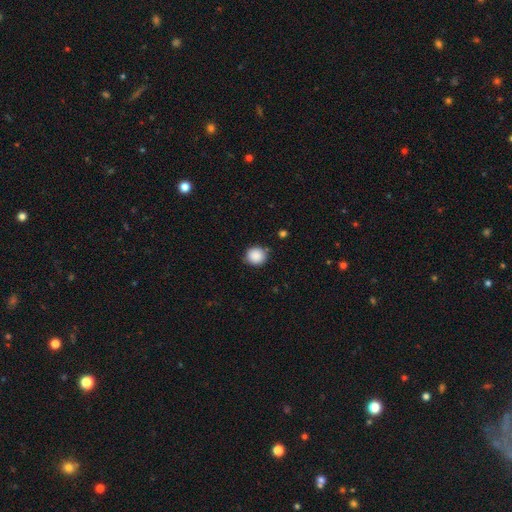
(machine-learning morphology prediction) type=smooth (89%); roundness=round (92%); merging=none (86%).